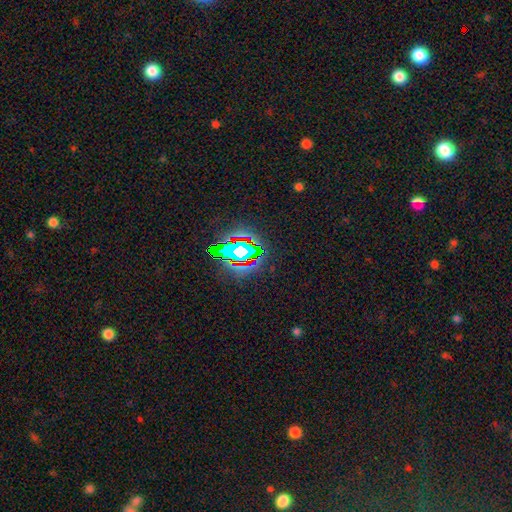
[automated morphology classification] A star or artifact, not a galaxy (80%).

Vote fractions:
- Smooth or featured? star or artifact: 80% / smooth: 12% / featured or disk: 9%